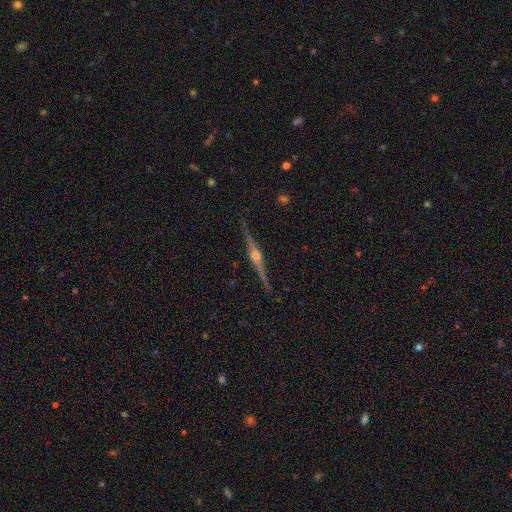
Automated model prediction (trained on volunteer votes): Overall: featured or disk (89%). Edge-on disk: yes (99%). Edge-on bulge: rounded (93%). Merging: none (91%).